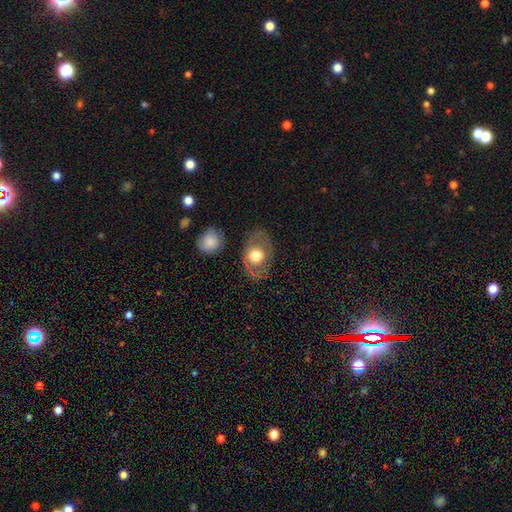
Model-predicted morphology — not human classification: Smooth or featured: smooth — 54% (featured or disk — 39%)
How rounded: in between — 66% (round — 33%)
Merging: none — 75% (minor disturbance — 15%)